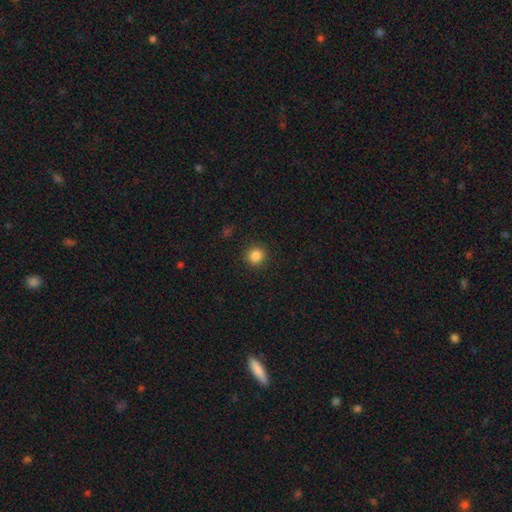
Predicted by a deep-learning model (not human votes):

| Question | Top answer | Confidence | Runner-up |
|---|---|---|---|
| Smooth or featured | smooth | 85% | star or artifact (11%) |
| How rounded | round | 91% | in between (8%) |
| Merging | none | 91% | minor disturbance (6%) |